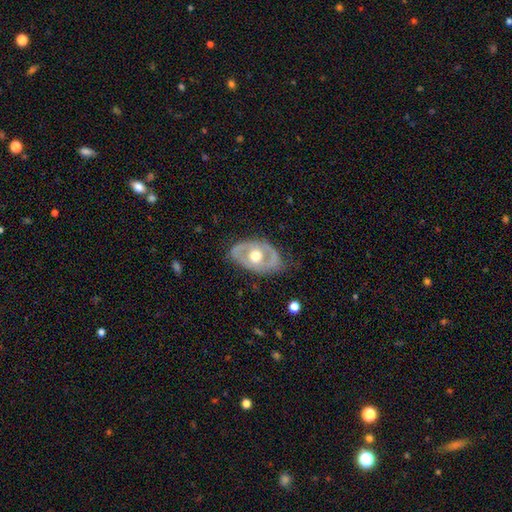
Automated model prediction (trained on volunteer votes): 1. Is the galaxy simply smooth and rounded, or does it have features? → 66% featured or disk, 30% smooth, 5% star or artifact.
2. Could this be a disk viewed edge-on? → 90% no, 10% yes.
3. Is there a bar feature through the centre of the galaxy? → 84% no, 12% weak, 4% strong.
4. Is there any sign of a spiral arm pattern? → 72% no, 28% yes.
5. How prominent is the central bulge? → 73% moderate, 19% large, 6% small, 1% dominant, 1% none.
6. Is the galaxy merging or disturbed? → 73% none, 19% minor disturbance, 7% major disturbance, 1% merger.